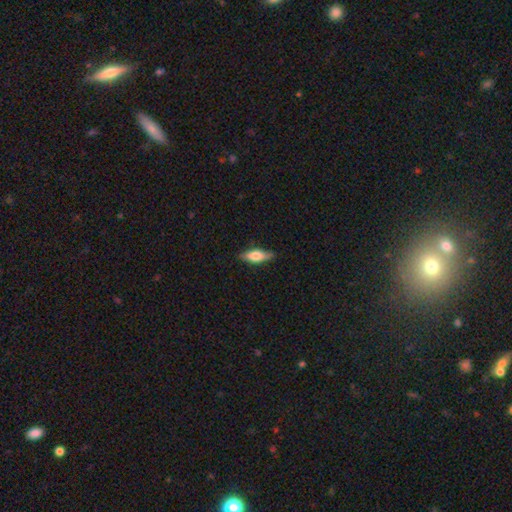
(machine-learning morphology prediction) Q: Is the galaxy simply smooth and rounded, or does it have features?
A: smooth — 68%.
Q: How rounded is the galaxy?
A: in between — 64%.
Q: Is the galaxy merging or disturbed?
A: none — 81%.